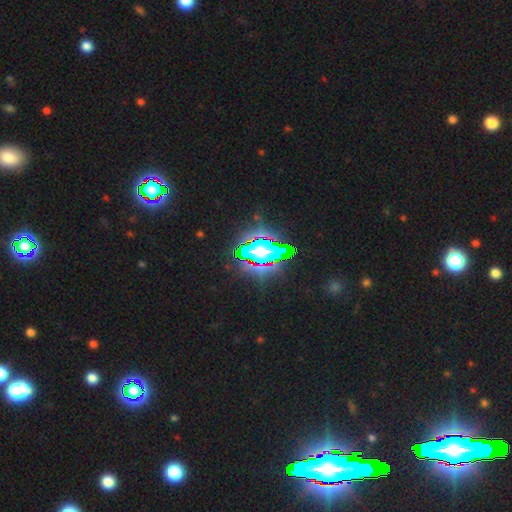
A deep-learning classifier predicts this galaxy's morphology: smooth_or_featured: star or artifact (p=0.63) [alt: smooth p=0.20]